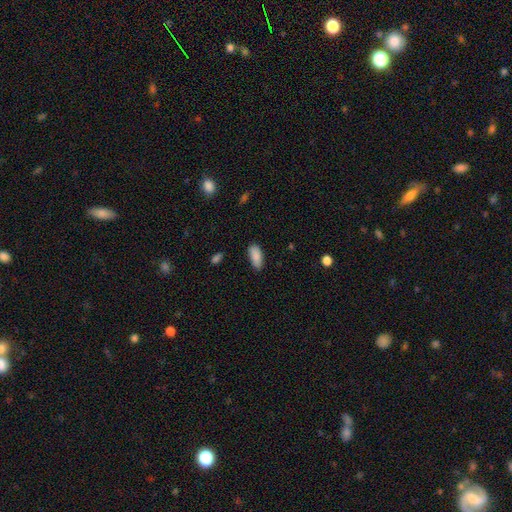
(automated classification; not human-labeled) Morphology: type=smooth (89%); roundness=in between (84%); merging=none (81%).